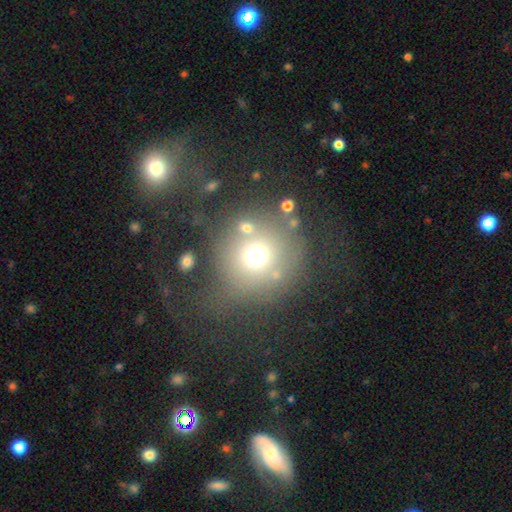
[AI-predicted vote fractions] Morphology: type=smooth (65%); roundness=round (91%); merging=none (63%).